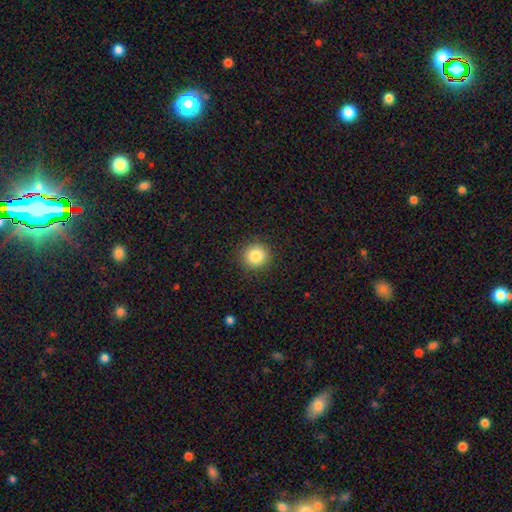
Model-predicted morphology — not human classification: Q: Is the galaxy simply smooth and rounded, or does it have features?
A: smooth — 85%.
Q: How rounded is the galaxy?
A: round — 92%.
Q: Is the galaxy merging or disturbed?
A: none — 91%.